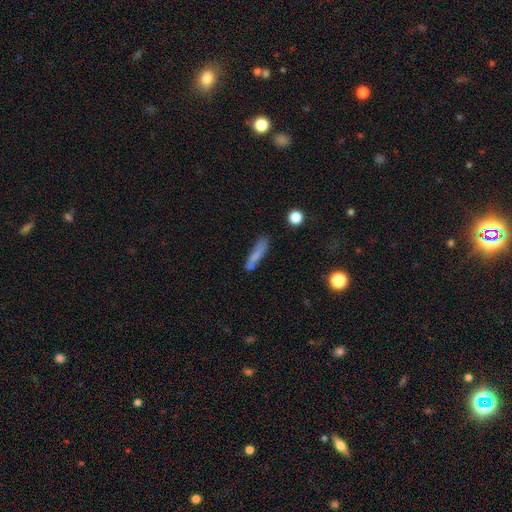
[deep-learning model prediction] Smooth or featured: smooth — 70% (featured or disk — 20%)
How rounded: cigar-shaped — 84% (in between — 13%)
Merging: none — 62% (minor disturbance — 21%)